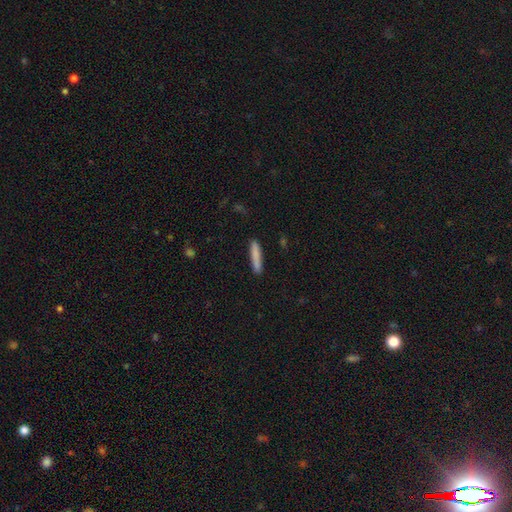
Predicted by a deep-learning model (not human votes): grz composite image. It shows a smooth galaxy with no disk features (84%) that is cigar-shaped (91%). Merging: none (88%).